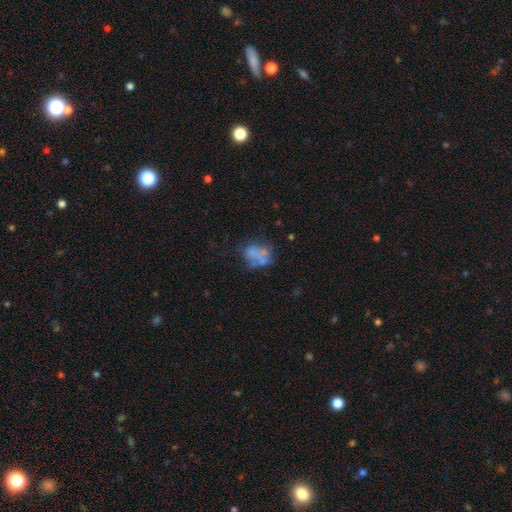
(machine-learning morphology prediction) smooth_or_featured: smooth (p=0.48) [alt: featured or disk p=0.37]
merging: none (p=0.37) [alt: major disturbance p=0.22]